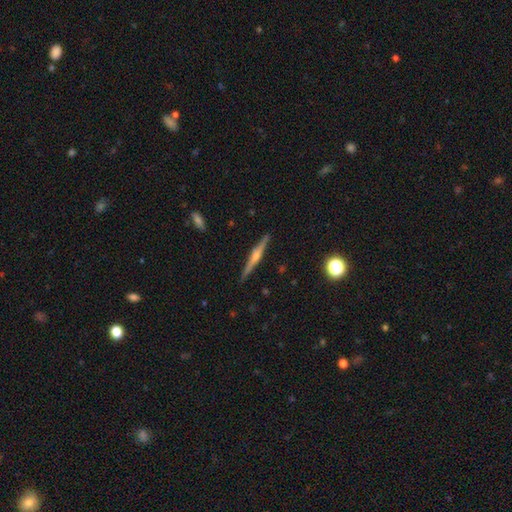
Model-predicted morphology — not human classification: smooth-or-featured: featured or disk: 75% | smooth: 19% | star or artifact: 6%
  disk-edge-on: yes: 98% | no: 2%
    edge-on-bulge: rounded: 83% | none: 9% | boxy: 8%
  merging: none: 91% | minor disturbance: 6% | major disturbance: 1% | merger: 1%